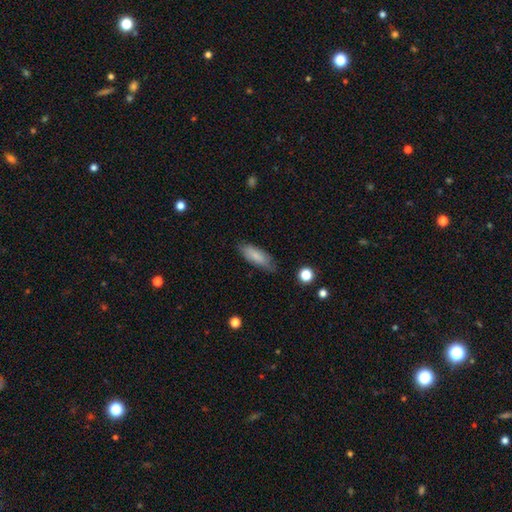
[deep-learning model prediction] Smooth or featured? smooth (79%)
How rounded? in between (67%)
Merging? none (75%)